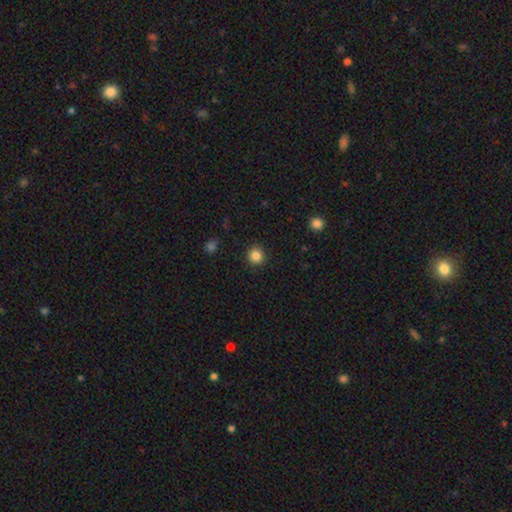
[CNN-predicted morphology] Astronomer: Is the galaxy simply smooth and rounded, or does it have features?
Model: smooth — 85%.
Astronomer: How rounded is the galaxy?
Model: round — 94%.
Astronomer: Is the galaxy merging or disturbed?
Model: none — 92%.